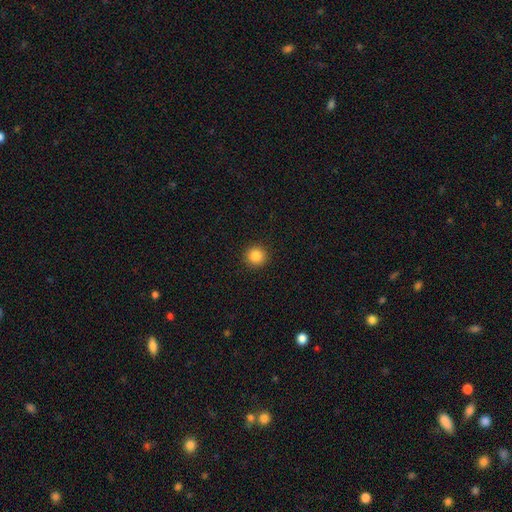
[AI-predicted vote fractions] Overall: smooth (85%). How rounded: round (94%). Merging: none (93%).